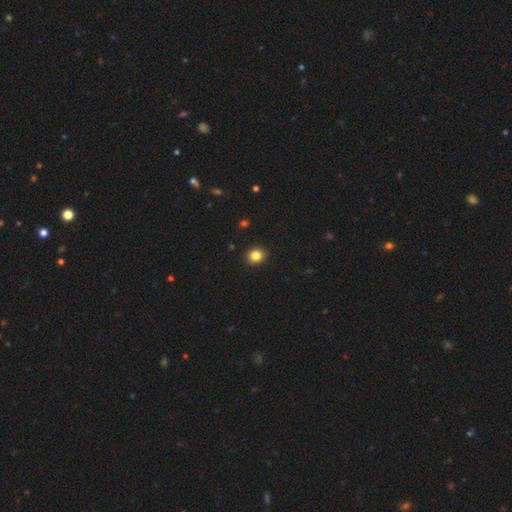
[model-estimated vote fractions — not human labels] smooth-or-featured: smooth: 84% | star or artifact: 10% | featured or disk: 5%
  how-rounded: round: 68% | in between: 31% | cigar-shaped: 1%
  merging: none: 91% | minor disturbance: 6% | major disturbance: 2% | merger: 1%